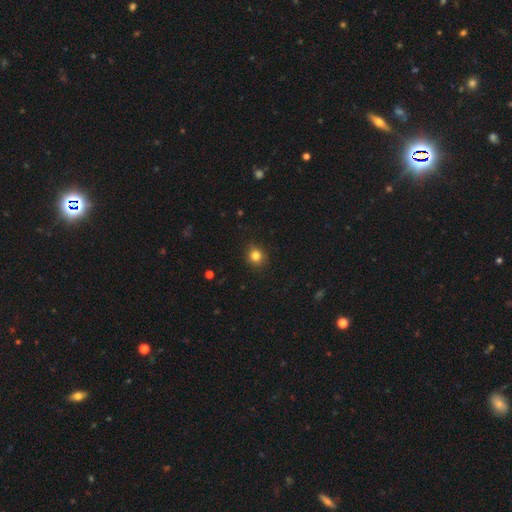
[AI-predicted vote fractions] Smooth or featured?
  - smooth: 83% *
  - star or artifact: 12%
  - featured or disk: 5%
How rounded?
  - round: 82% *
  - in between: 17%
  - cigar-shaped: 1%
Merging?
  - none: 89% *
  - minor disturbance: 8%
  - major disturbance: 2%
  - merger: 1%